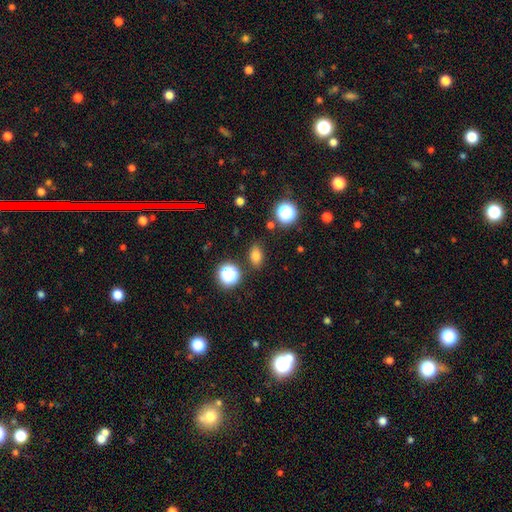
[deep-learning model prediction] Smooth or featured: smooth — 79% (star or artifact — 16%)
How rounded: in between — 75% (round — 22%)
Merging: none — 82% (minor disturbance — 12%)